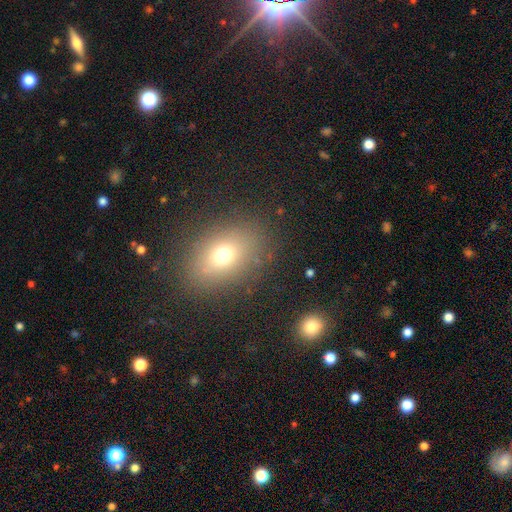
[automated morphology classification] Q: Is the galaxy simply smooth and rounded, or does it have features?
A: smooth — 66%.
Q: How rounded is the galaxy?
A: in between — 72%.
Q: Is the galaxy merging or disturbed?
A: none — 85%.